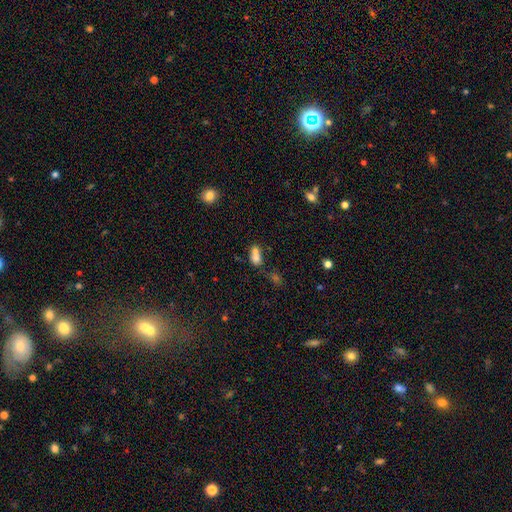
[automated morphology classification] smooth 72%, featured or disk 16%, star or artifact 13%. Down the decision tree: how rounded — in between (67%); merging — merger (63%).